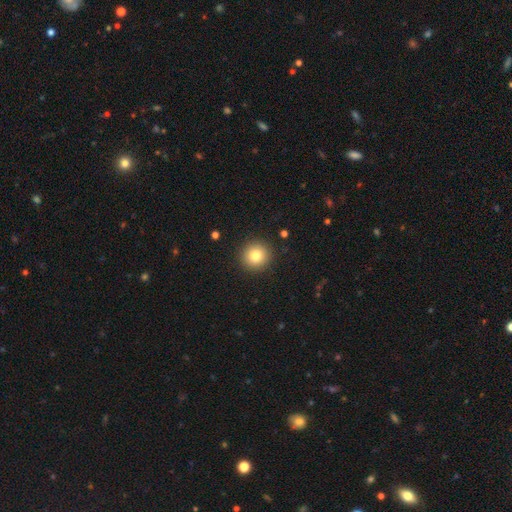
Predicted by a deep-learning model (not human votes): Smooth or featured: smooth — 81% (star or artifact — 11%)
How rounded: round — 94% (in between — 5%)
Merging: none — 92% (minor disturbance — 5%)